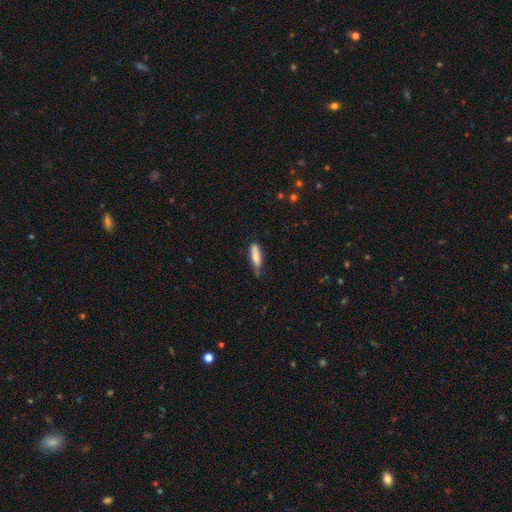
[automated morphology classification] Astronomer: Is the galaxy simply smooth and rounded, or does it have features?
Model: smooth — 82%.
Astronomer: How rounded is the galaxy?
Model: cigar-shaped — 67%.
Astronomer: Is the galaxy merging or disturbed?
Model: none — 60%.